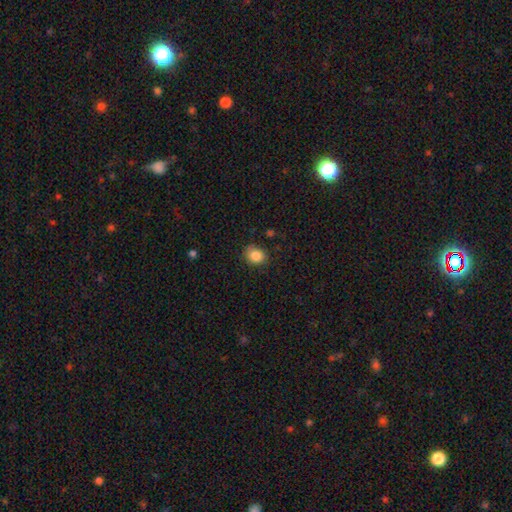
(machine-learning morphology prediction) Smooth or featured? smooth (86%)
How rounded? round (68%)
Merging? none (76%)